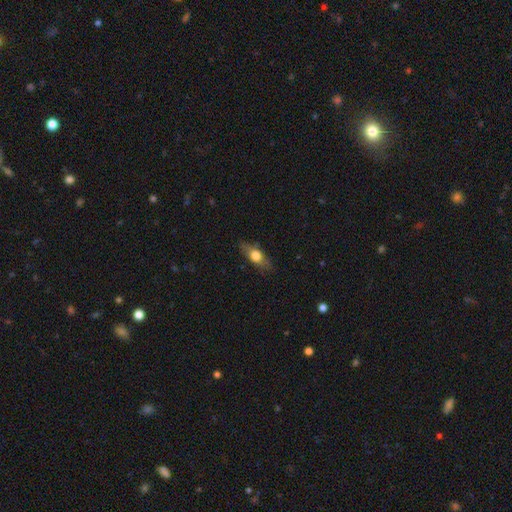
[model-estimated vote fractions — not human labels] Q: Smooth or featured?
A: smooth (58%); runner-up: featured or disk (35%)
Q: How rounded?
A: in between (65%); runner-up: cigar-shaped (28%)
Q: Merging?
A: none (79%); runner-up: minor disturbance (16%)